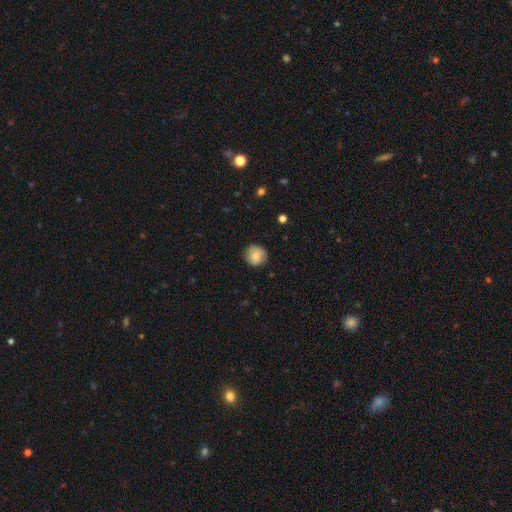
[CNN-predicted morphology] A smooth galaxy with no disk features (77%) that is round (89%).

Vote fractions:
- Smooth or featured? smooth: 77% / featured or disk: 15% / star or artifact: 8%
- How rounded? round: 89% / in between: 10% / cigar-shaped: 1%
- Merging? none: 81% / minor disturbance: 15% / major disturbance: 3% / merger: 1%